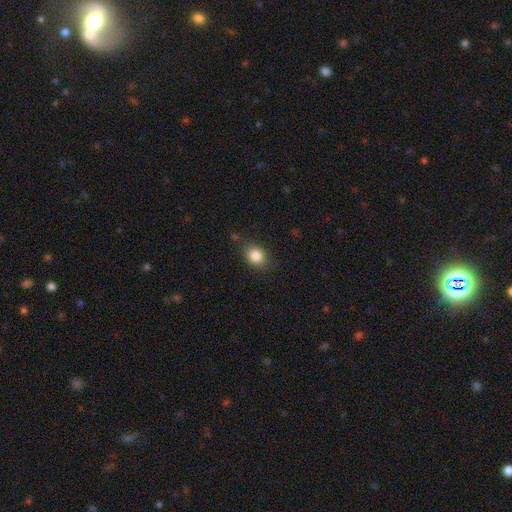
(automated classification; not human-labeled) A smooth galaxy with no disk features (84%) that is in between round and cigar-shaped (51%).

Vote fractions:
- Smooth or featured? smooth: 84% / star or artifact: 10% / featured or disk: 7%
- How rounded? in between: 51% / round: 48% / cigar-shaped: 1%
- Merging? none: 78% / minor disturbance: 16% / major disturbance: 4% / merger: 2%